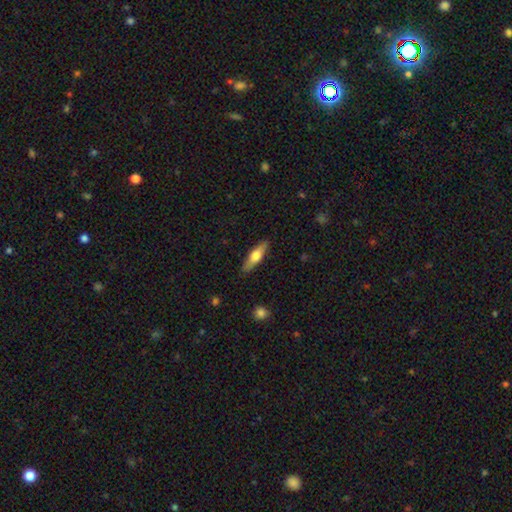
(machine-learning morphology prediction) A smooth galaxy with no disk features (49%). Merging: none (89%).